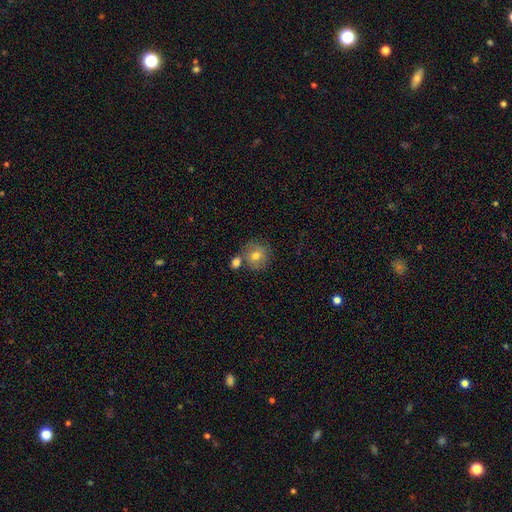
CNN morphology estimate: Smooth or featured: smooth — 76% (featured or disk — 15%)
How rounded: round — 87% (in between — 12%)
Merging: none — 61% (merger — 24%)